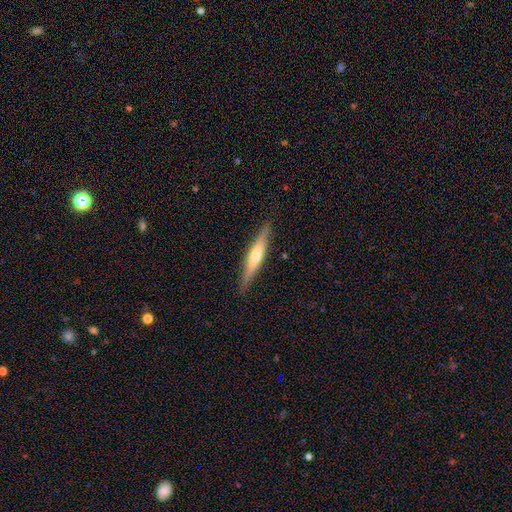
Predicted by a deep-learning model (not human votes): Smooth or featured? Predicted: featured or disk (p=0.57). Edge-on disk? Predicted: yes (p=0.96). Edge-on bulge? Predicted: rounded (p=0.75). Merging? Predicted: none (p=0.89).